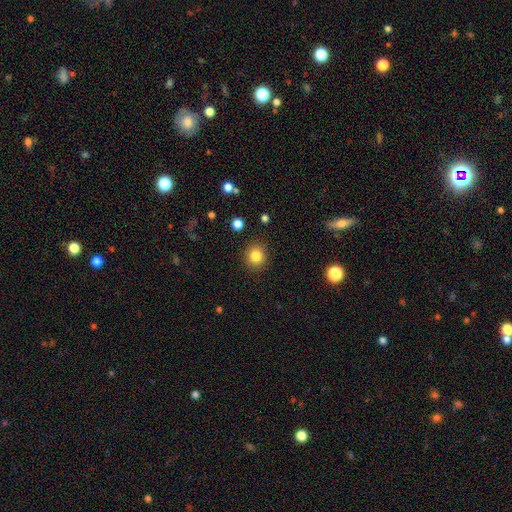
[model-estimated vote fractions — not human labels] Smooth or featured? Predicted: smooth (p=0.83). How rounded? Predicted: round (p=0.89). Merging? Predicted: none (p=0.90).